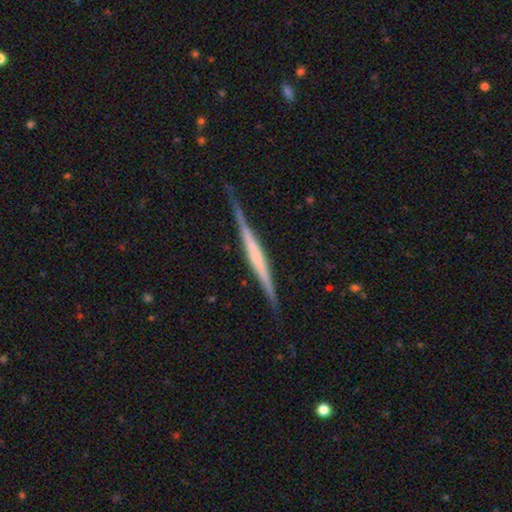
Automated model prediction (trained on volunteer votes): This is likely a featured or disk galaxy (76%). It is clearly viewed edge-on (98%). Edge-on bulge: possibly none (48%). Merging: clearly none (86%).